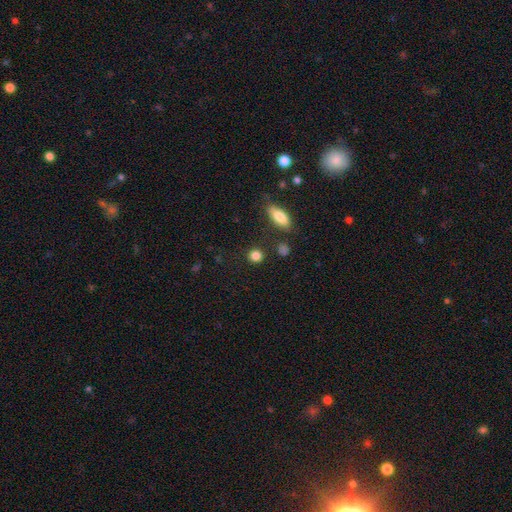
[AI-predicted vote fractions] A smooth galaxy with no disk features (85%) that is round (84%).

Vote fractions:
- Smooth or featured? smooth: 85% / star or artifact: 10% / featured or disk: 4%
- How rounded? round: 84% / in between: 14% / cigar-shaped: 2%
- Merging? none: 85% / minor disturbance: 8% / merger: 4% / major disturbance: 3%